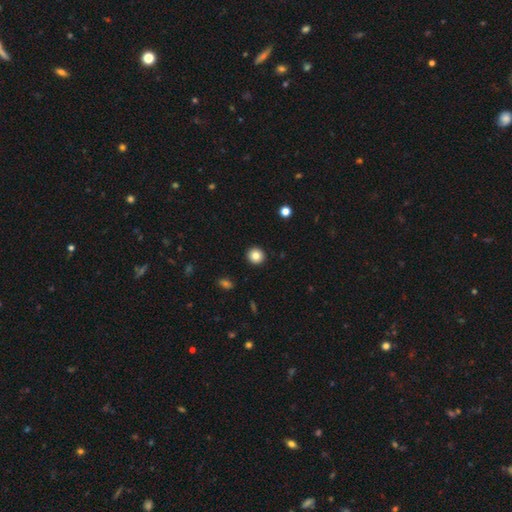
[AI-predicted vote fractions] smooth-or-featured: smooth: 84% | star or artifact: 10% | featured or disk: 6%
  how-rounded: round: 93% | in between: 6% | cigar-shaped: 1%
  merging: none: 93% | minor disturbance: 4% | major disturbance: 2% | merger: 1%